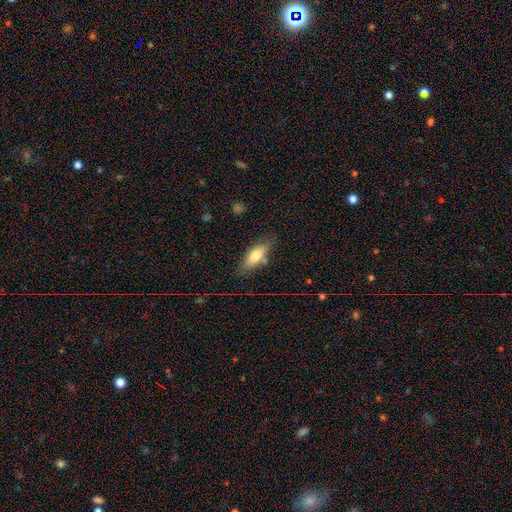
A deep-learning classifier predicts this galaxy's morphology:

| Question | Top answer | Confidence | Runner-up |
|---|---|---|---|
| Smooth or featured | smooth | 71% | featured or disk (21%) |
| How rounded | in between | 74% | cigar-shaped (23%) |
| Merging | none | 74% | minor disturbance (16%) |